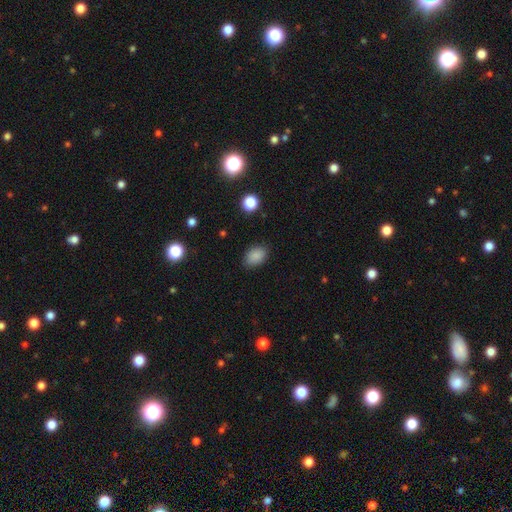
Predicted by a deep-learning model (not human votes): Smooth or featured? smooth (87%)
How rounded? in between (78%)
Merging? none (84%)